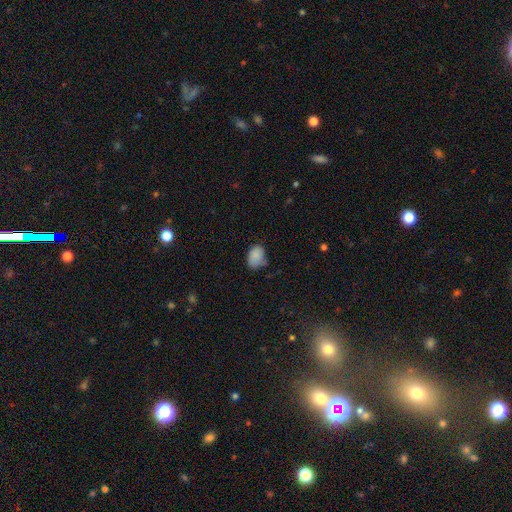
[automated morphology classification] A smooth galaxy with no disk features (85%) that is in between round and cigar-shaped (79%). Merging: none (55%).